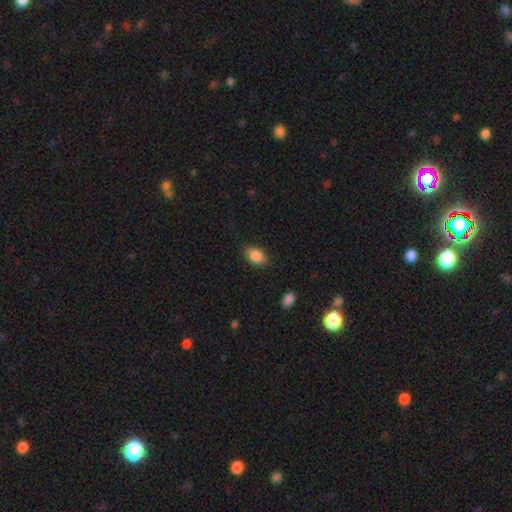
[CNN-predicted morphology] Smooth or featured?
  - smooth: 87% *
  - star or artifact: 8%
  - featured or disk: 5%
How rounded?
  - in between: 87% *
  - round: 11%
  - cigar-shaped: 2%
Merging?
  - none: 84% *
  - minor disturbance: 11%
  - major disturbance: 3%
  - merger: 1%